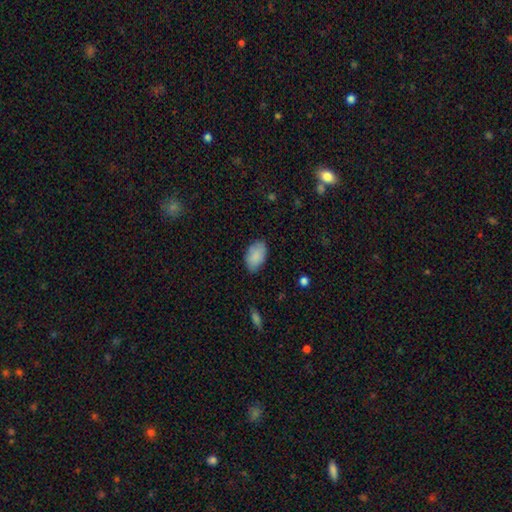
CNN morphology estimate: This appears to be a smooth galaxy with no disk features (88%) that is in between round and cigar-shaped (92%). Merging: none (82%).